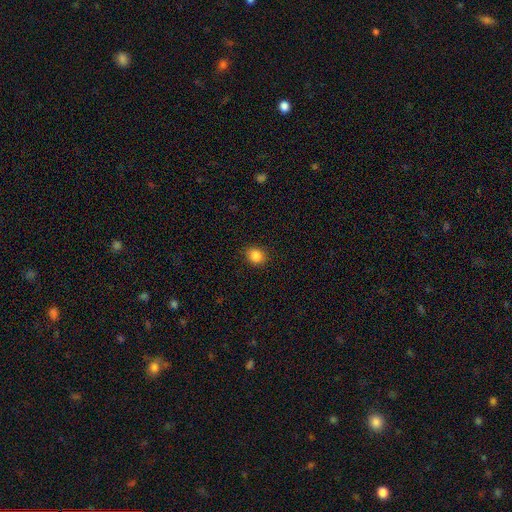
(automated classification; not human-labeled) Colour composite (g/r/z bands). It shows a smooth galaxy with no disk features (86%) that is round (74%). Merging: none (89%).